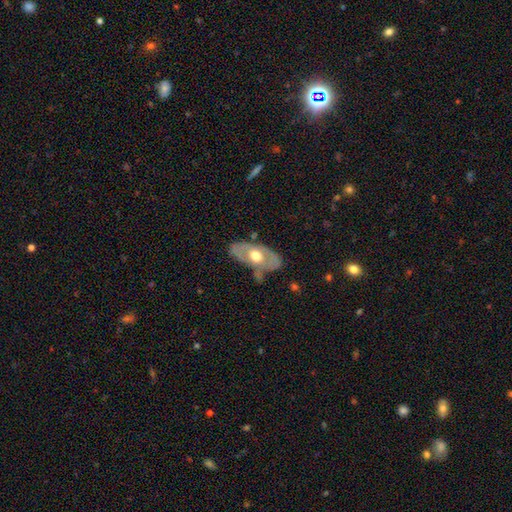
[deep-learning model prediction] Smooth or featured: featured or disk — 56% (smooth — 39%)
Edge-on disk: no — 81% (yes — 19%)
Merging: none — 62% (minor disturbance — 23%)